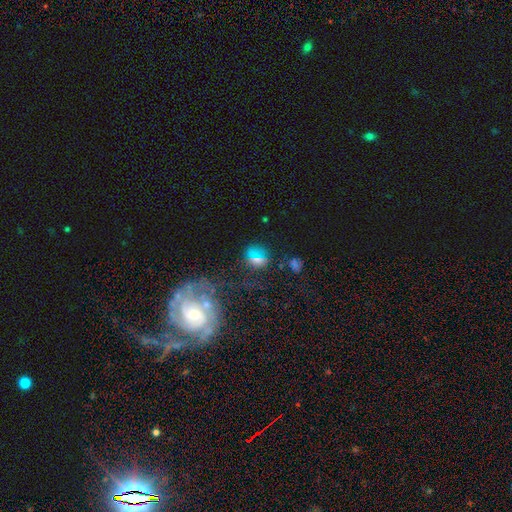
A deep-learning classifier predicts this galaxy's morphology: A smooth galaxy with no disk features (47%). Merging: none (69%).